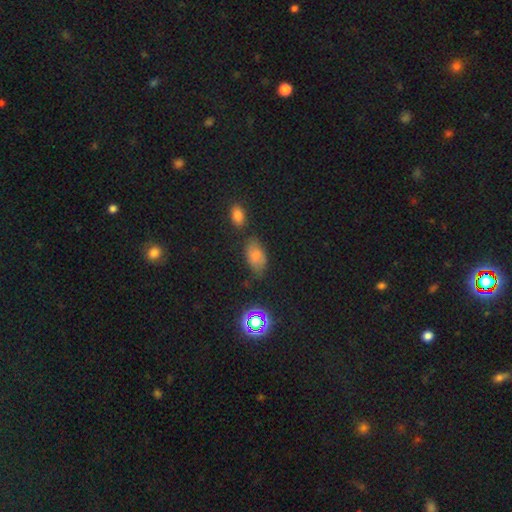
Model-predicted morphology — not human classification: Overall: smooth (65%). How rounded: in between (90%). Merging: none (66%).